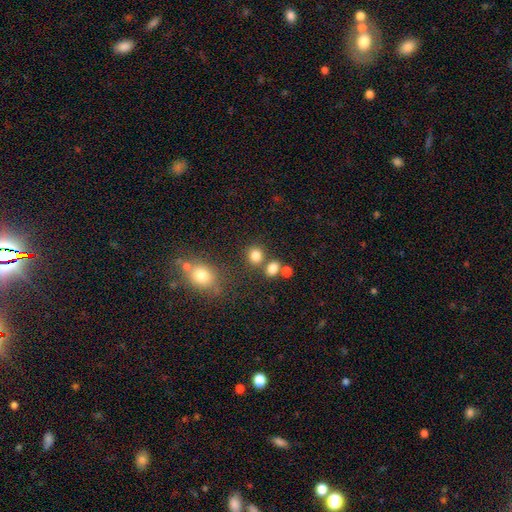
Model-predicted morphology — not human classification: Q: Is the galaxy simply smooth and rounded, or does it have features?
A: smooth — 80%.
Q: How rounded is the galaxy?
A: round — 72%.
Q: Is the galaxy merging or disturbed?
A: none — 66%.